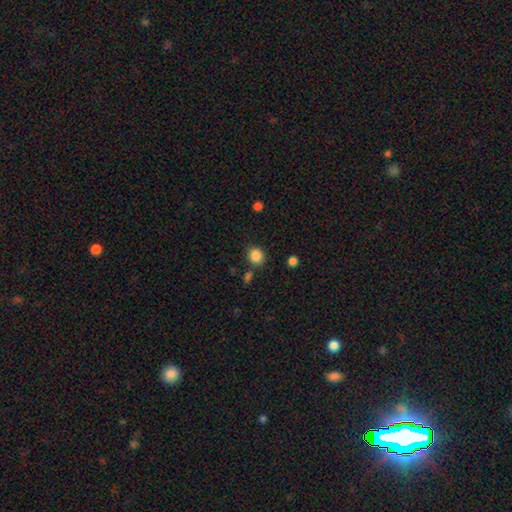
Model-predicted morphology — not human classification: Smooth or featured?
  - smooth: 86% *
  - star or artifact: 10%
  - featured or disk: 4%
How rounded?
  - round: 83% *
  - in between: 16%
  - cigar-shaped: 1%
Merging?
  - none: 83% *
  - minor disturbance: 9%
  - merger: 5%
  - major disturbance: 3%